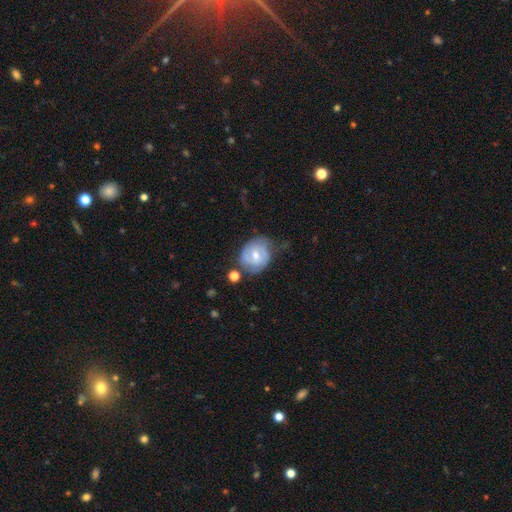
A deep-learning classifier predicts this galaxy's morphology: This is possibly a featured or disk galaxy (56%). It is clearly not viewed edge-on (96%). Bar: marginally weak (45%). Spiral arm pattern: likely yes (70%). Central bulge: likely moderate (61%). Merging: possibly none (50%).